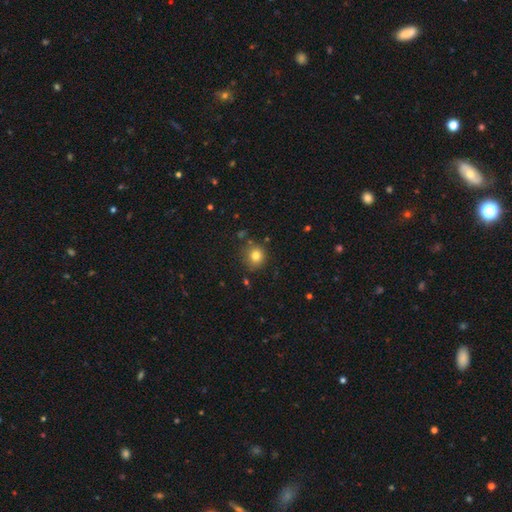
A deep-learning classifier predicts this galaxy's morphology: smooth 80%, star or artifact 12%, featured or disk 8%. Down the decision tree: how rounded — round (90%); merging — none (82%).